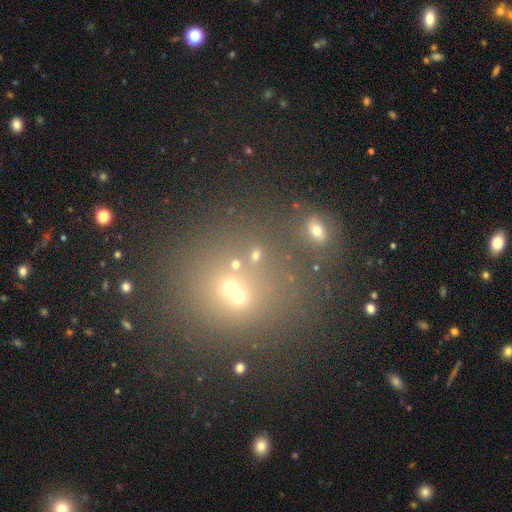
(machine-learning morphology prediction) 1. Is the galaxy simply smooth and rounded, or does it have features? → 45% star or artifact, 41% smooth, 14% featured or disk.